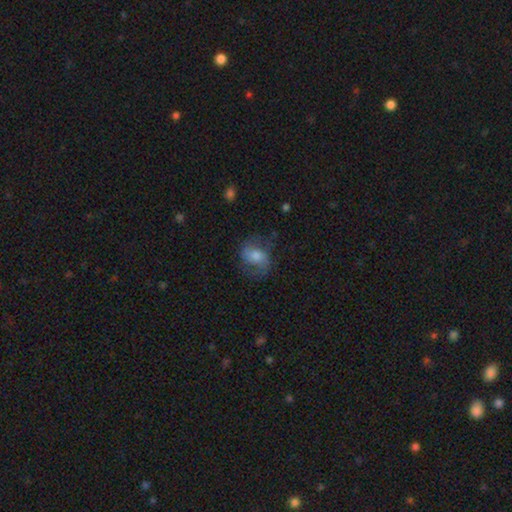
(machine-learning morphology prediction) type=featured or disk (49%); merging=none (63%).